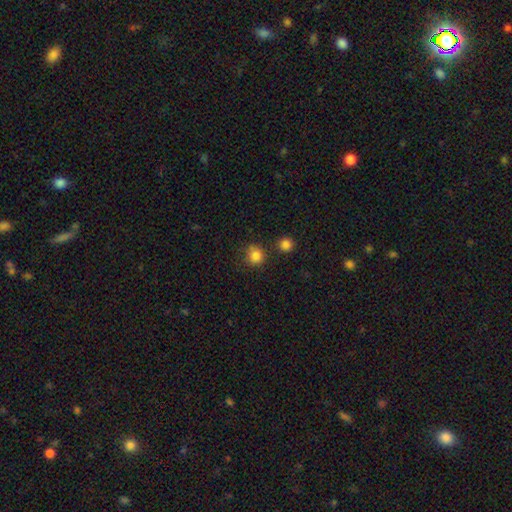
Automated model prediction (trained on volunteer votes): A smooth galaxy with no disk features (83%) that is round (89%).

Vote fractions:
- Smooth or featured? smooth: 83% / star or artifact: 12% / featured or disk: 5%
- How rounded? round: 89% / in between: 10% / cigar-shaped: 1%
- Merging? none: 75% / minor disturbance: 13% / merger: 8% / major disturbance: 4%